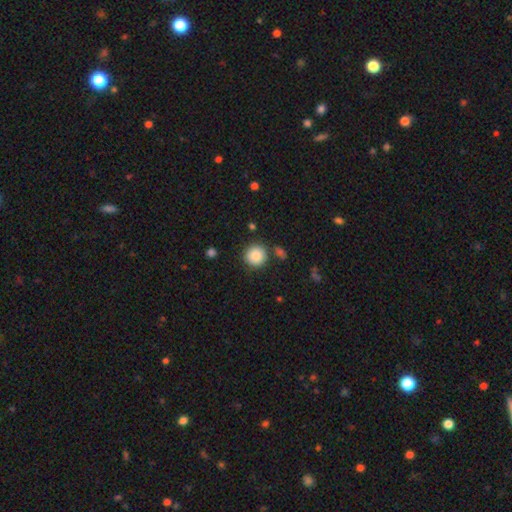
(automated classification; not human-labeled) smooth 87%, star or artifact 8%, featured or disk 5%. Down the decision tree: how rounded — round (93%); merging — none (83%).